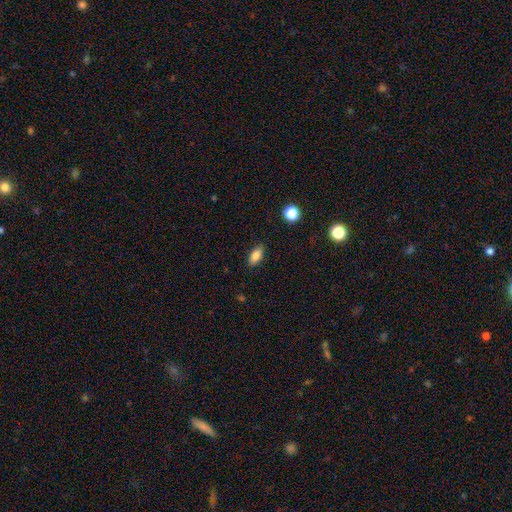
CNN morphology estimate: The model was most divided on "smooth or featured": smooth: 82%, featured or disk: 10%, star or artifact: 9%. More confident: merging — none (87%); how rounded — in between (86%).